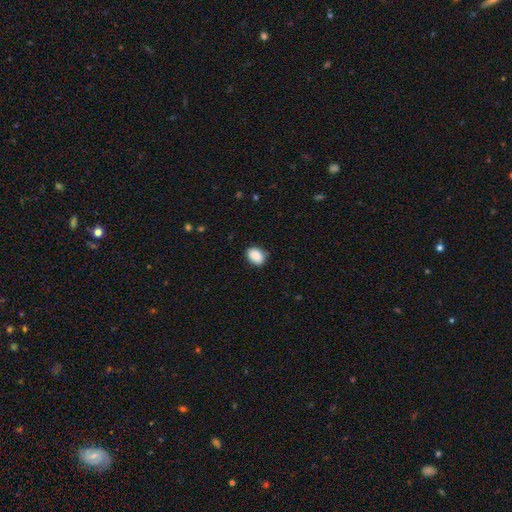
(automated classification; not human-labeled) A smooth galaxy with no disk features (88%) that is in between round and cigar-shaped (71%). Merging: none (82%).